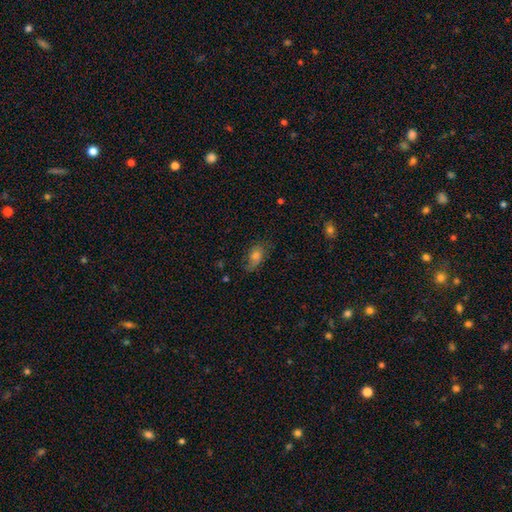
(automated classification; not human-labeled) A smooth galaxy with no disk features (59%) that is in between round and cigar-shaped (80%).

Vote fractions:
- Smooth or featured? smooth: 59% / featured or disk: 25% / star or artifact: 16%
- How rounded? in between: 80% / round: 14% / cigar-shaped: 6%
- Merging? none: 63% / minor disturbance: 25% / major disturbance: 10% / merger: 2%